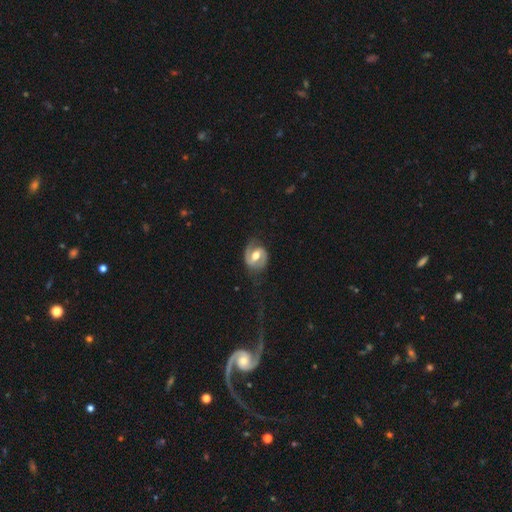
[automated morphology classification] smooth-or-featured: featured or disk: 83% | smooth: 13% | star or artifact: 5%
  disk-edge-on: no: 98% | yes: 2%
    bar: weak: 44% | strong: 32% | no: 25%
    has-spiral-arms: yes: 90% | no: 10%
      spiral-winding: medium: 50% | tight: 30% | loose: 21%
      spiral-arm-count: 2: 87% | 1: 7% | can't tell: 4% | 3: 1% | 4: 1% | more than 4: 1%
    bulge-size: moderate: 73% | large: 16% | small: 8% | dominant: 1% | none: 1%
  merging: none: 73% | minor disturbance: 17% | major disturbance: 9% | merger: 1%